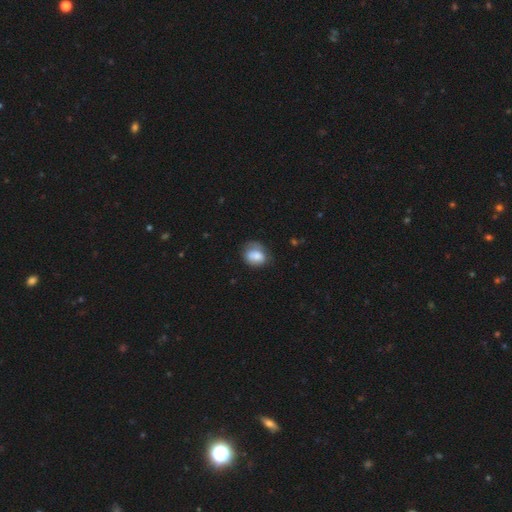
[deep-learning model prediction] smooth 76%, featured or disk 16%, star or artifact 8%. Down the decision tree: how rounded — in between (51%); merging — none (50%).